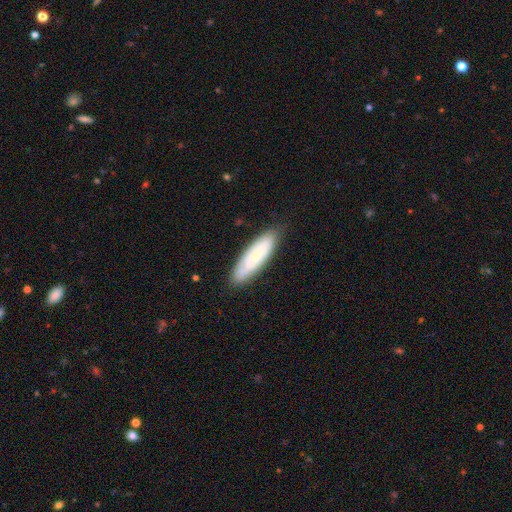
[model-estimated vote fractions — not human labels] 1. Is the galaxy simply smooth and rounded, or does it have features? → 60% smooth, 34% featured or disk, 7% star or artifact.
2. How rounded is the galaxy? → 55% cigar-shaped, 44% in between, 2% round.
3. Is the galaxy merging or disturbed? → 82% none, 14% minor disturbance, 3% major disturbance, 1% merger.